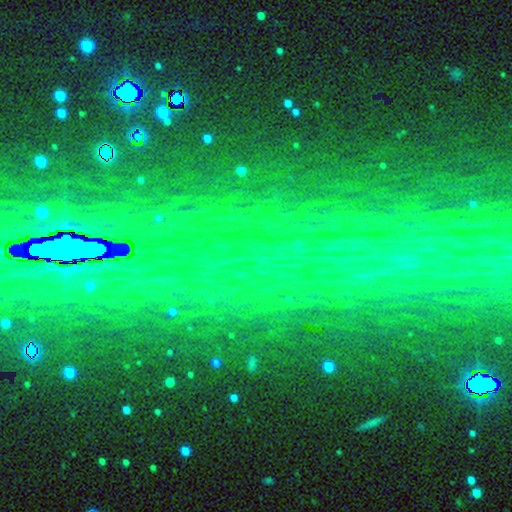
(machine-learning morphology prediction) This is clearly a star or artifact rather than a galaxy (85%).